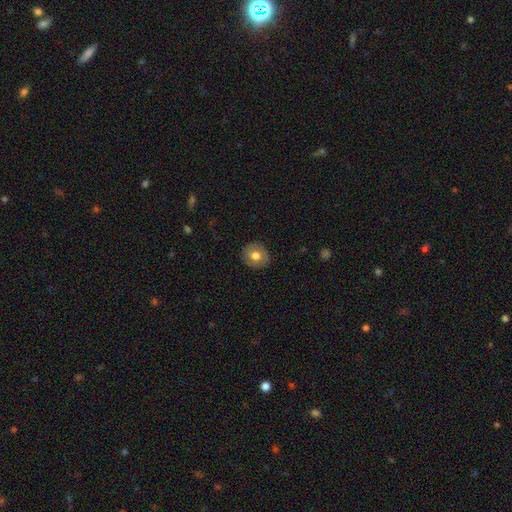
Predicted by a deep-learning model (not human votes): This appears to be a smooth galaxy with no disk features (71%) that is round (82%). Merging: none (88%).